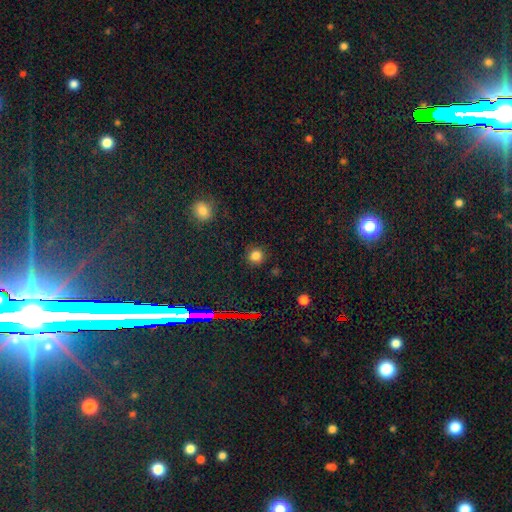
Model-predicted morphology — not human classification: A smooth galaxy with no disk features (80%) that is round (91%). Merging: none (88%).